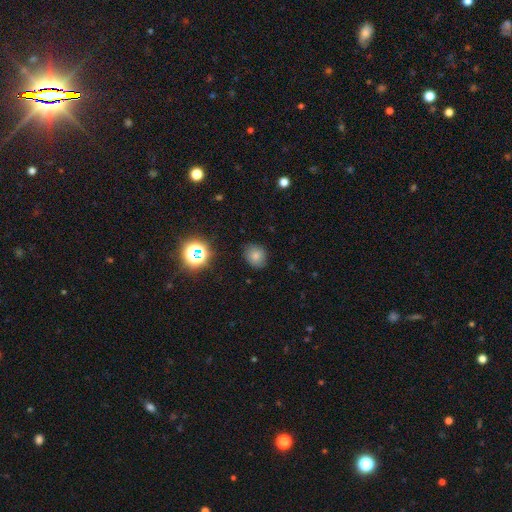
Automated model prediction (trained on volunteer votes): Smooth or featured? smooth (76%)
How rounded? round (63%)
Merging? none (83%)